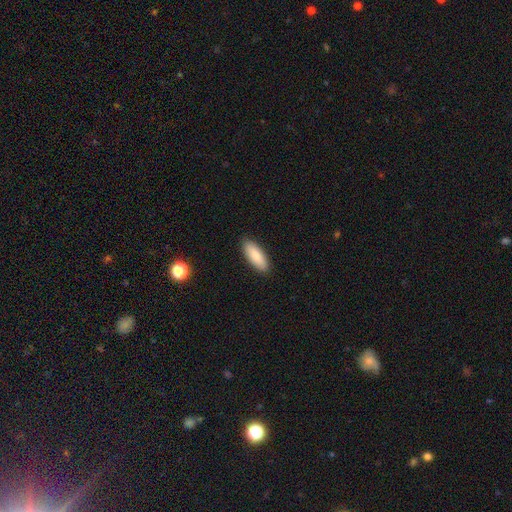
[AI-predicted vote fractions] Smooth or featured? Predicted: smooth (p=0.85). How rounded? Predicted: in between (p=0.71). Merging? Predicted: none (p=0.90).